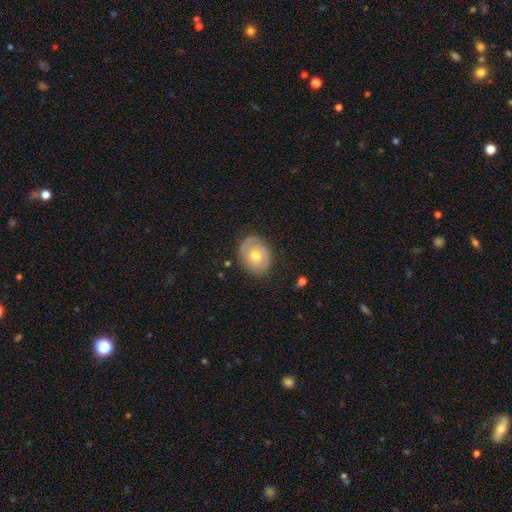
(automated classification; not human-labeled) Q: Smooth or featured?
A: smooth (47%); runner-up: featured or disk (46%)
Q: Merging?
A: none (77%); runner-up: minor disturbance (17%)